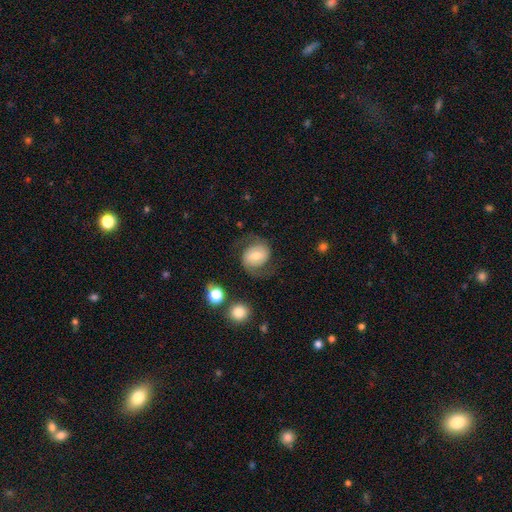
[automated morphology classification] A featured or disk galaxy (65%) with no bar (45%), 2 (92%) medium (49%) spiral arms (91%) and a moderate central bulge (60%). Merging: none (72%).